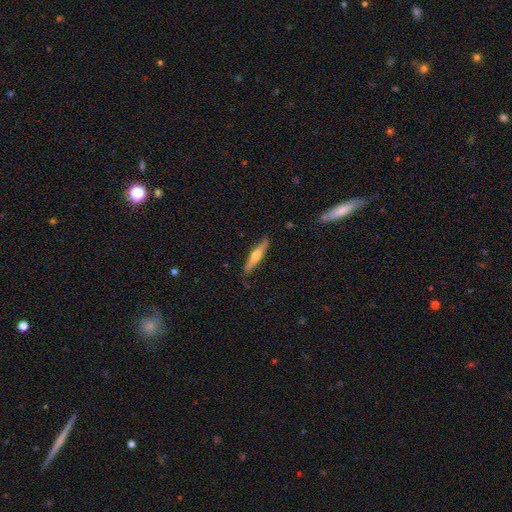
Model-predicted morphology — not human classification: smooth_or_featured: featured or disk (p=0.54) [alt: smooth p=0.40]
disk_edge_on: yes (p=0.95) [alt: no p=0.05]
edge_on_bulge: rounded (p=0.87) [alt: none p=0.08]
merging: none (p=0.86) [alt: minor disturbance p=0.10]